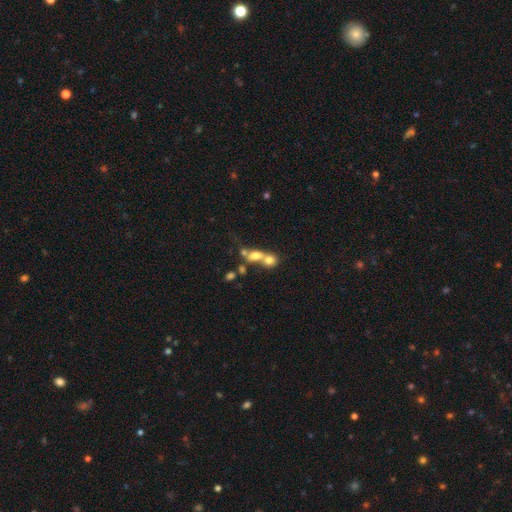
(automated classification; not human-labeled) Morphology: type=smooth (66%); roundness=in between (50%); merging=merger (68%).